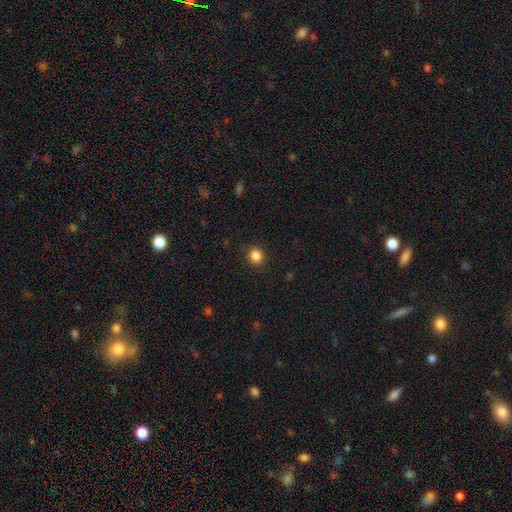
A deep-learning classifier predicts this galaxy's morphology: The model was most divided on "how rounded": round: 83%, in between: 17%, cigar-shaped: 1%. More confident: merging — none (89%); smooth or featured — smooth (85%).